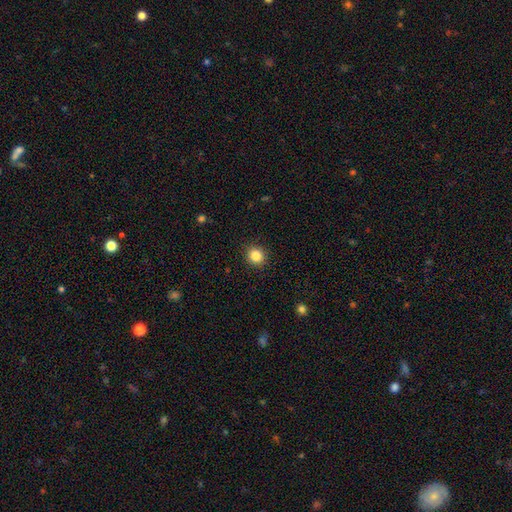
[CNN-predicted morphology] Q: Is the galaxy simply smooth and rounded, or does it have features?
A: smooth — 85%.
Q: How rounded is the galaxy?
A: round — 91%.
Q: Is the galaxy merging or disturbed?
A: none — 91%.